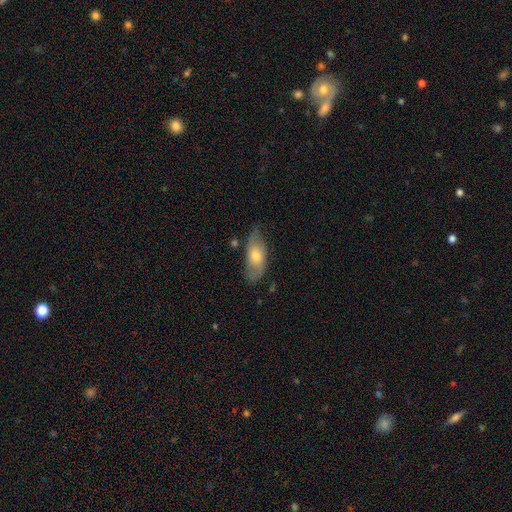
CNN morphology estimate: This appears to be a smooth galaxy with no disk features (58%) that is in between round and cigar-shaped (79%). Merging: none (66%).